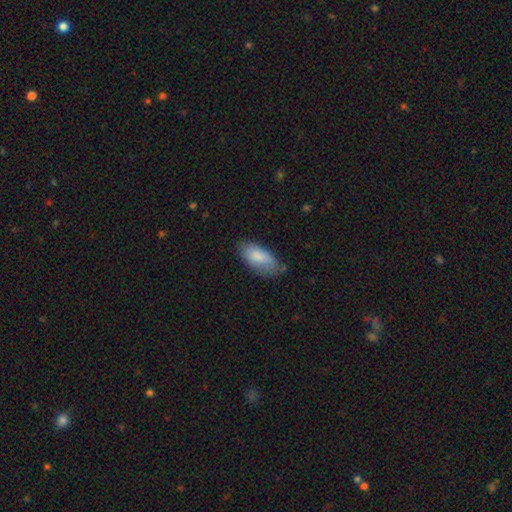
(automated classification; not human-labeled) Morphology: type=smooth (82%); roundness=in between (87%); merging=none (67%).